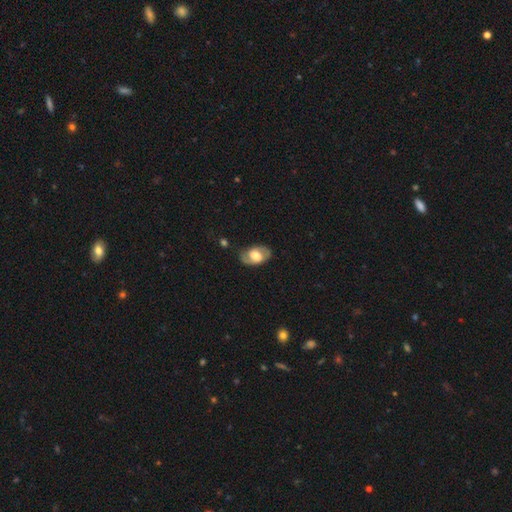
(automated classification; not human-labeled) A featured or disk galaxy (49%). Merging: none (72%).